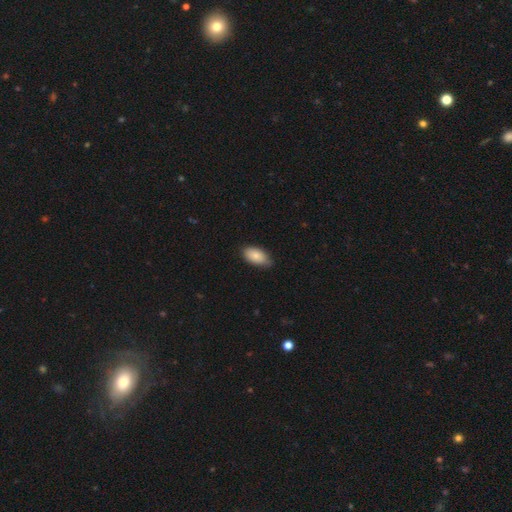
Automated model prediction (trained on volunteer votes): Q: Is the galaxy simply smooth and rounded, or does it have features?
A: smooth — 85%.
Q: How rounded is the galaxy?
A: in between — 94%.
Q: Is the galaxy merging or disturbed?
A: none — 72%.